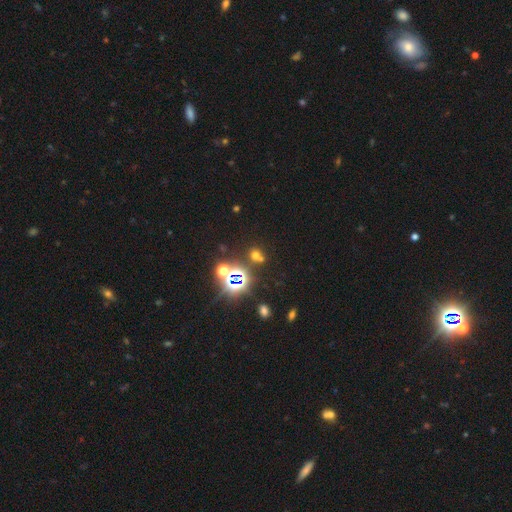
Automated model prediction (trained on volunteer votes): Overall: star or artifact (47%; smooth 44%).